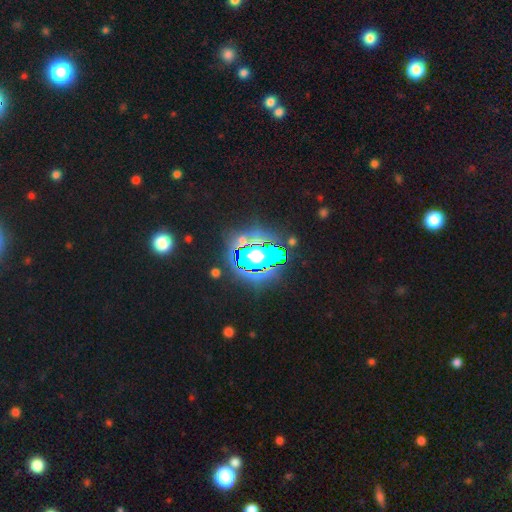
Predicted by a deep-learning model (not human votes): Smooth or featured?
  - star or artifact: 60% *
  - smooth: 22%
  - featured or disk: 19%